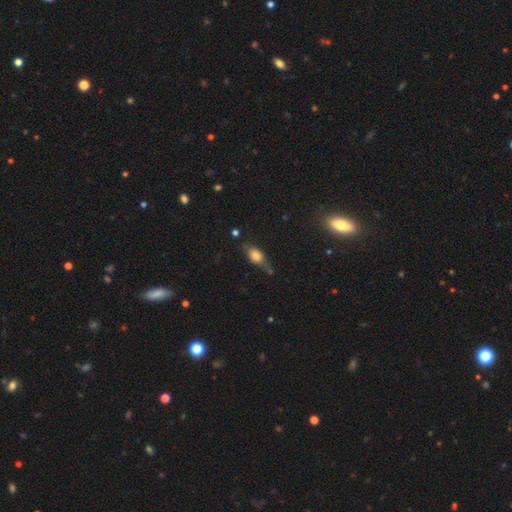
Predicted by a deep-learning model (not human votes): A smooth galaxy with no disk features (66%) that is in between round and cigar-shaped (76%).

Vote fractions:
- Smooth or featured? smooth: 66% / featured or disk: 25% / star or artifact: 10%
- How rounded? in between: 76% / round: 13% / cigar-shaped: 11%
- Merging? none: 53% / minor disturbance: 29% / major disturbance: 12% / merger: 5%